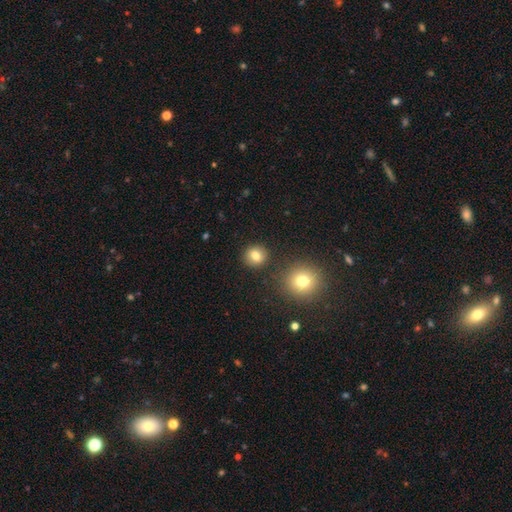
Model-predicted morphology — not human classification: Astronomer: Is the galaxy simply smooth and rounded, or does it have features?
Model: smooth — 80%.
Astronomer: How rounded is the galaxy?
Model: round — 88%.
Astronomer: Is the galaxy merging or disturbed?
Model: none — 87%.